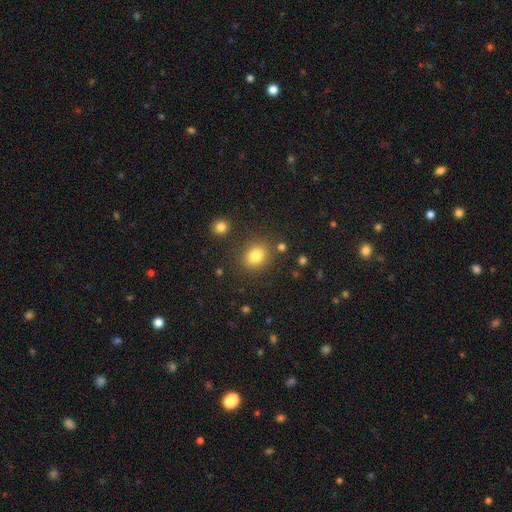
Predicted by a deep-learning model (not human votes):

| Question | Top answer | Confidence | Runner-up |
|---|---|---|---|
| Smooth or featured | smooth | 81% | star or artifact (12%) |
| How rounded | round | 67% | in between (32%) |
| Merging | none | 82% | minor disturbance (9%) |